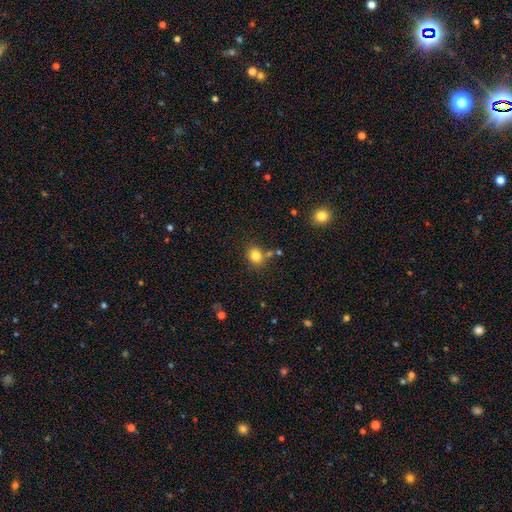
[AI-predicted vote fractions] Smooth or featured? smooth (82%)
How rounded? round (66%)
Merging? none (75%)